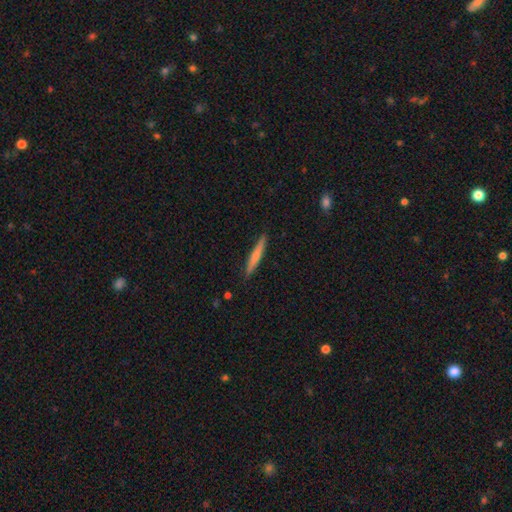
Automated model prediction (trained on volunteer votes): Q: Smooth or featured?
A: smooth (61%); runner-up: featured or disk (33%)
Q: How rounded?
A: cigar-shaped (95%); runner-up: in between (4%)
Q: Merging?
A: none (90%); runner-up: minor disturbance (7%)